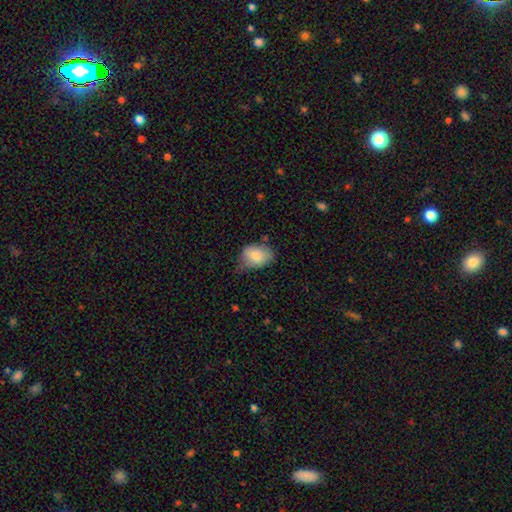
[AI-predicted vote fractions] This is likely a smooth galaxy (79%). How rounded: likely in between (71%). Merging: possibly none (48%).